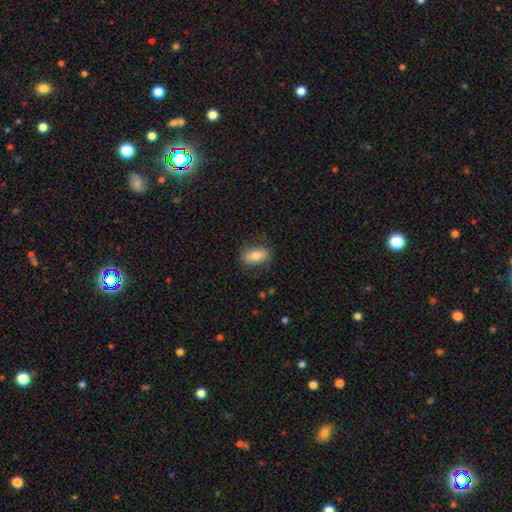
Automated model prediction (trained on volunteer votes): Smooth or featured?
  - smooth: 74% *
  - featured or disk: 19%
  - star or artifact: 7%
How rounded?
  - in between: 88% *
  - cigar-shaped: 6%
  - round: 6%
Merging?
  - none: 78% *
  - minor disturbance: 16%
  - major disturbance: 5%
  - merger: 1%